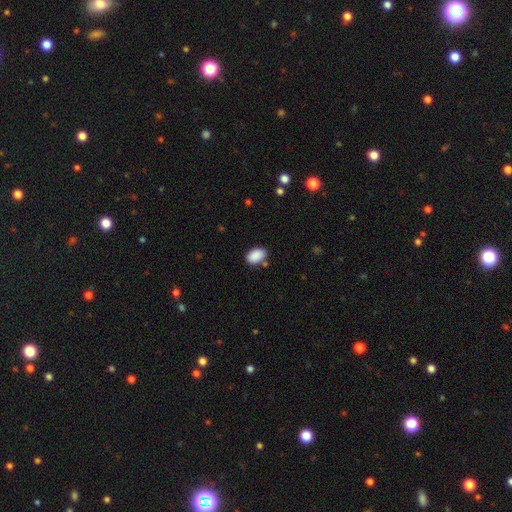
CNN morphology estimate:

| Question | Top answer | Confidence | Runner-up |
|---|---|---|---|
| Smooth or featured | smooth | 90% | star or artifact (7%) |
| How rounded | in between | 92% | round (7%) |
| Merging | none | 79% | minor disturbance (14%) |